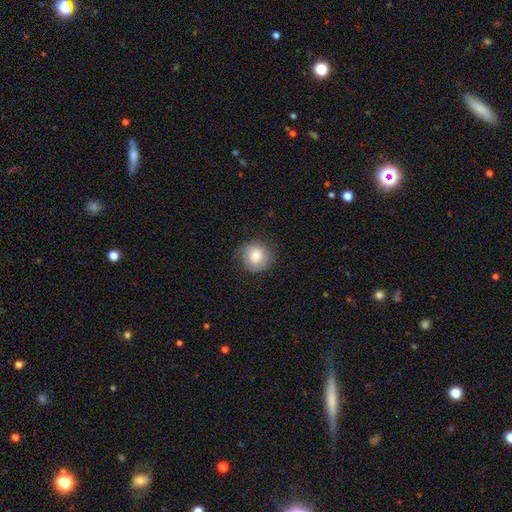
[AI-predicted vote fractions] smooth_or_featured: smooth (p=0.77) [alt: featured or disk p=0.14]
how_rounded: round (p=0.91) [alt: in between p=0.09]
merging: none (p=0.79) [alt: minor disturbance p=0.16]